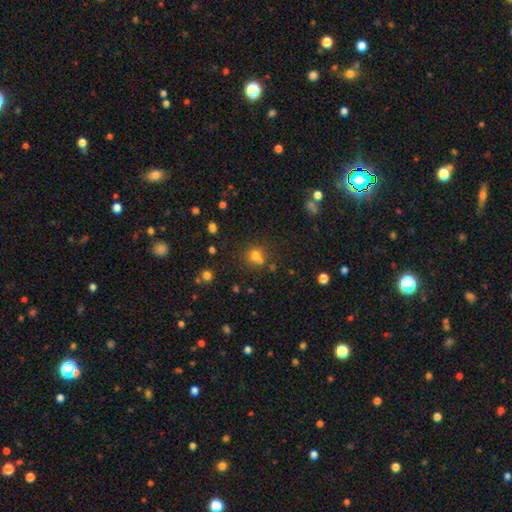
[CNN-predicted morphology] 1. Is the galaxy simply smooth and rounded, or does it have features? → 72% smooth, 18% star or artifact, 10% featured or disk.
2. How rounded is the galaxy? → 84% round, 15% in between, 1% cigar-shaped.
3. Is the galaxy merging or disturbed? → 54% none, 31% merger, 11% minor disturbance, 4% major disturbance.